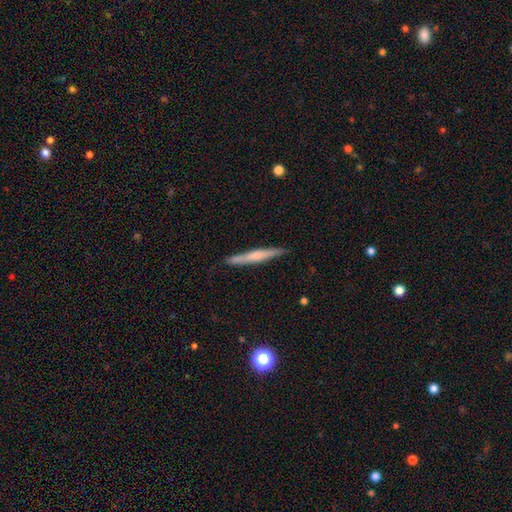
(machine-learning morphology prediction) smooth-or-featured: featured or disk: 54% | smooth: 40% | star or artifact: 6%
  disk-edge-on: yes: 96% | no: 4%
    edge-on-bulge: rounded: 66% | none: 28% | boxy: 5%
  merging: none: 89% | minor disturbance: 8% | major disturbance: 1% | merger: 1%